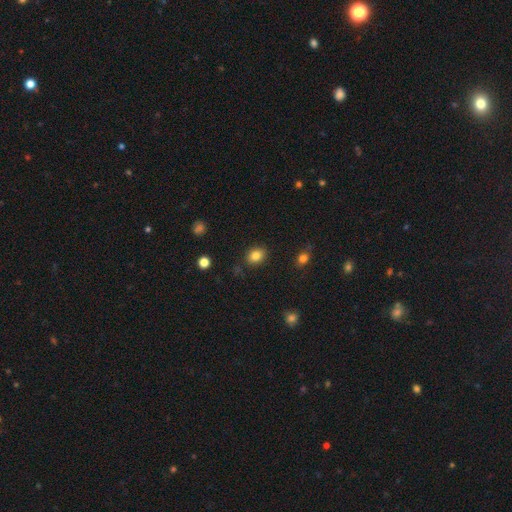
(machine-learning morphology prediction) Q: Smooth or featured?
A: smooth (84%); runner-up: star or artifact (10%)
Q: How rounded?
A: in between (52%); runner-up: round (47%)
Q: Merging?
A: none (85%); runner-up: minor disturbance (10%)